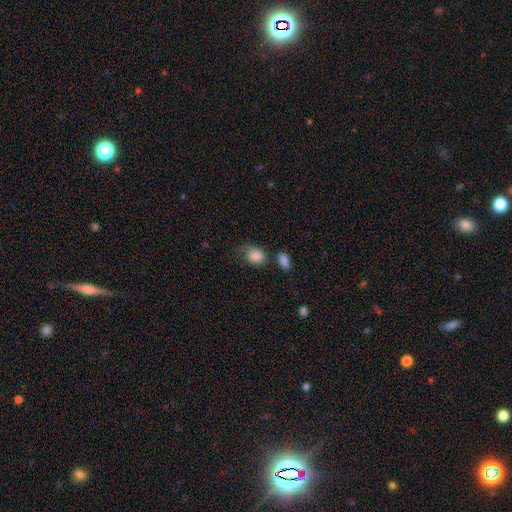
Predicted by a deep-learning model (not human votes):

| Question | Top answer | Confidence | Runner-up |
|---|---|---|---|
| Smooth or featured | smooth | 85% | star or artifact (9%) |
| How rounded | in between | 66% | round (33%) |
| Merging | none | 52% | minor disturbance (27%) |